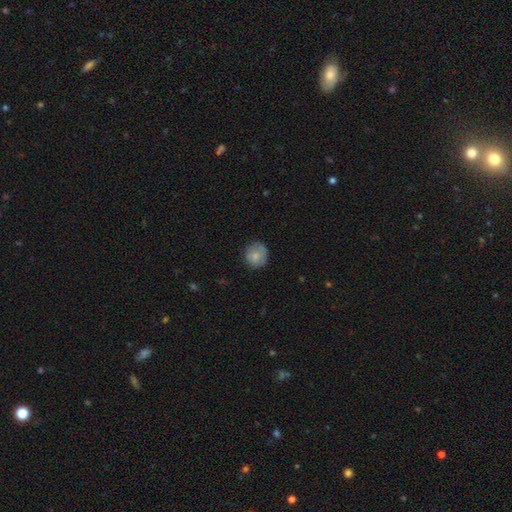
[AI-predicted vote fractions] Smooth or featured: smooth — 78% (featured or disk — 14%)
How rounded: round — 89% (in between — 10%)
Merging: none — 76% (minor disturbance — 19%)